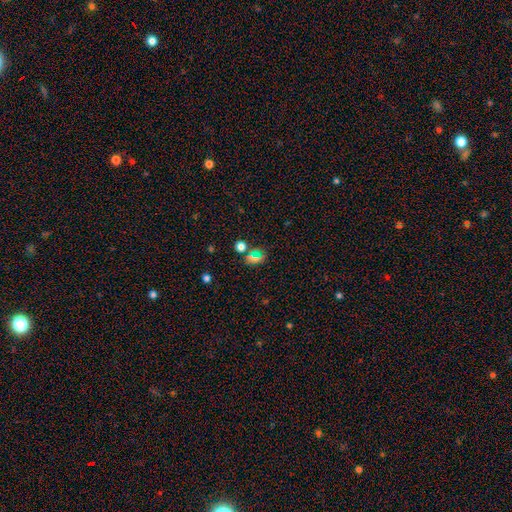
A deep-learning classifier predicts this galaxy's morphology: A smooth galaxy with no disk features (55%) that is in between round and cigar-shaped (51%).

Vote fractions:
- Smooth or featured? smooth: 55% / star or artifact: 34% / featured or disk: 10%
- How rounded? in between: 51% / round: 46% / cigar-shaped: 3%
- Merging? none: 70% / minor disturbance: 14% / merger: 9% / major disturbance: 7%